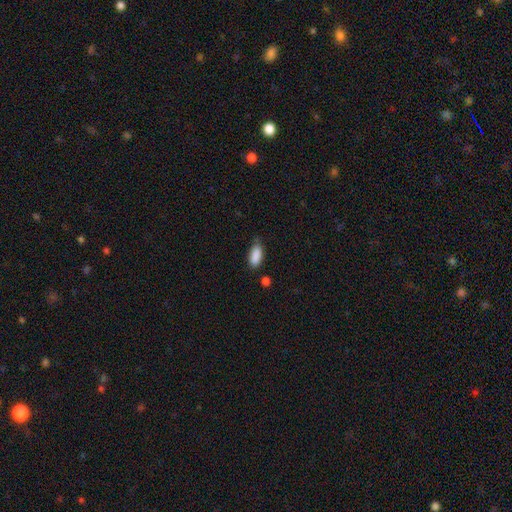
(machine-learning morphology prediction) Smooth or featured? Predicted: smooth (p=0.89). How rounded? Predicted: in between (p=0.87). Merging? Predicted: none (p=0.63).